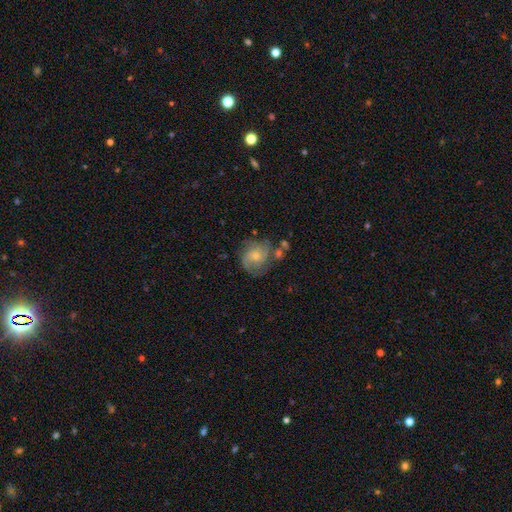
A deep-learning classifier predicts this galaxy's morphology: Q: Smooth or featured?
A: featured or disk (61%); runner-up: smooth (31%)
Q: Edge-on disk?
A: no (98%); runner-up: yes (2%)
Q: Bar?
A: no (72%); runner-up: weak (25%)
Q: Spiral arms?
A: yes (87%); runner-up: no (13%)
Q: Spiral winding?
A: medium (44%); runner-up: tight (36%)
Q: Spiral arm count?
A: can't tell (28%); runner-up: 2 (27%)
Q: Bulge size?
A: small (49%); runner-up: moderate (40%)
Q: Merging?
A: none (58%); runner-up: minor disturbance (21%)